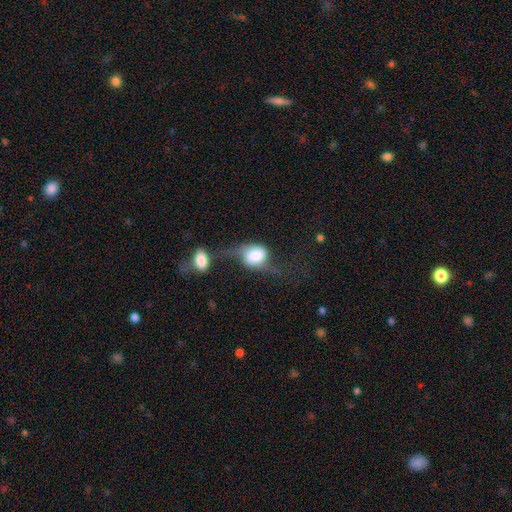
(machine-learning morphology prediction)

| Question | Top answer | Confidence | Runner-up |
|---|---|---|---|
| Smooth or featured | smooth | 63% | featured or disk (29%) |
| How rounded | in between | 60% | round (38%) |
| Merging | major disturbance | 35% | merger (28%) |